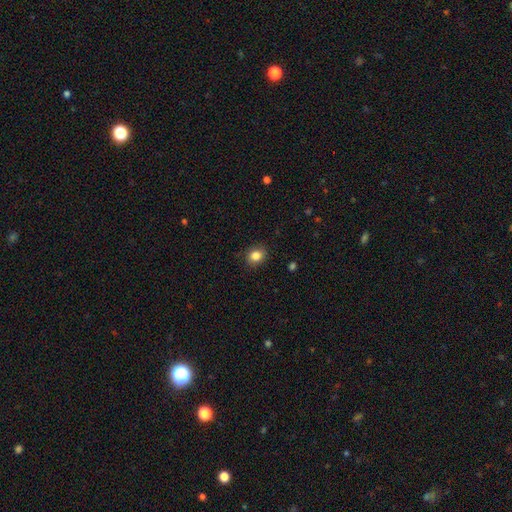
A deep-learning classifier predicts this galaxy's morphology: type=smooth (84%); roundness=round (65%); merging=none (88%).